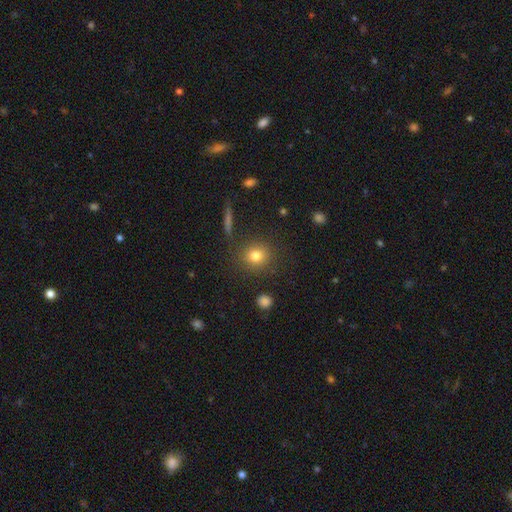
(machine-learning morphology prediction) This is likely a smooth galaxy (79%). How rounded: clearly round (87%). Merging: clearly none (86%).